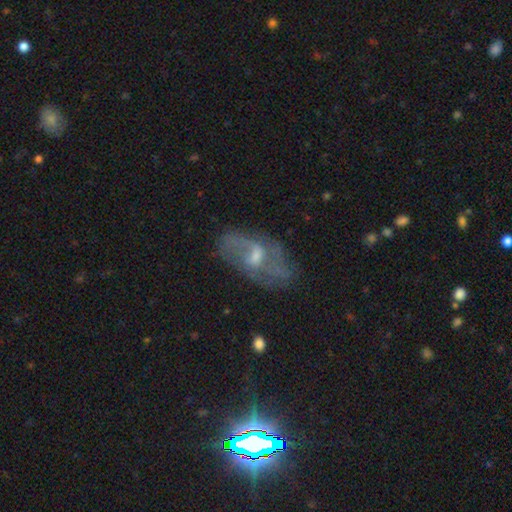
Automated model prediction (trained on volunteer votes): A featured or disk galaxy (70%) with a weak bar (53%), 2 (53%) loose (48%) spiral arms (76%) and a moderate central bulge (46%). Merging: none (56%).